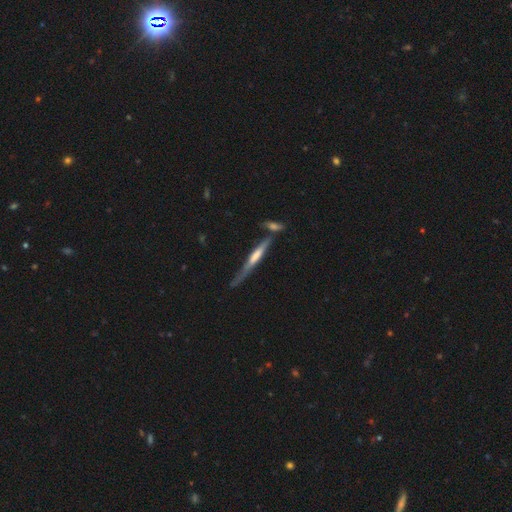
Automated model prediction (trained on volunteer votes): A featured or disk galaxy (66%) viewed edge-on (91%) with a rounded central bulge (36%).

Vote fractions:
- Smooth or featured? featured or disk: 66% / smooth: 28% / star or artifact: 6%
- Edge-on disk? yes: 91% / no: 9%
- Edge-on bulge? rounded: 36% / boxy: 32% / none: 32%
- Merging? none: 54% / minor disturbance: 21% / merger: 16% / major disturbance: 9%